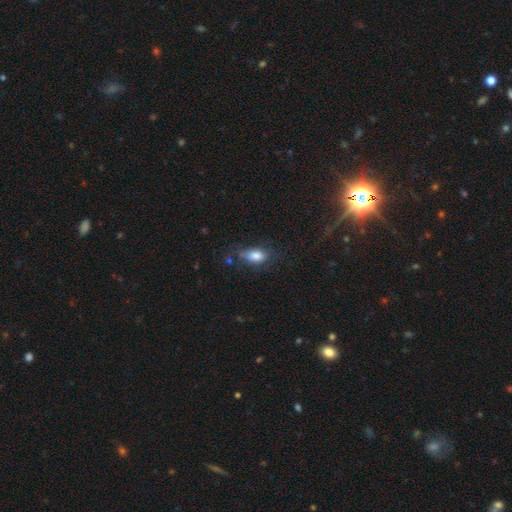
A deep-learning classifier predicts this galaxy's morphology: Smooth or featured? smooth (79%)
How rounded? in between (86%)
Merging? none (57%)